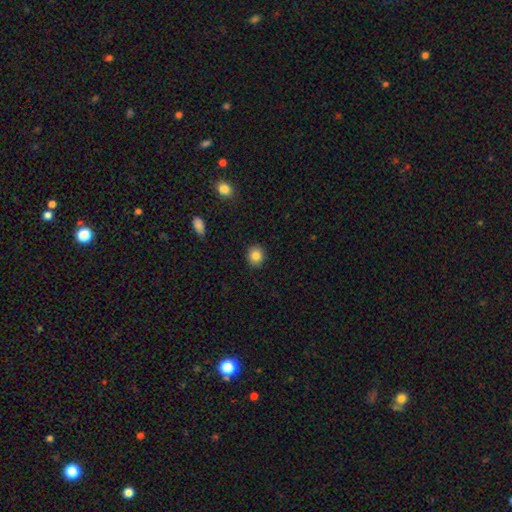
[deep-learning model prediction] Morphology: type=smooth (85%); roundness=round (77%); merging=none (90%).